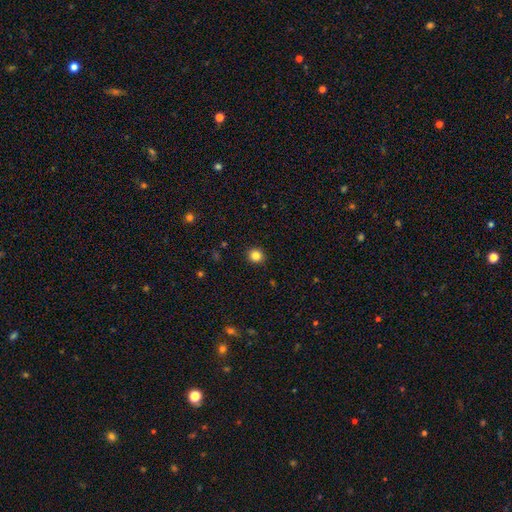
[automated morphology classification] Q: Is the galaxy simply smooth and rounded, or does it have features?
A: smooth — 84%.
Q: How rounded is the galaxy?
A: round — 90%.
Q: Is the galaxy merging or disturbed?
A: none — 92%.